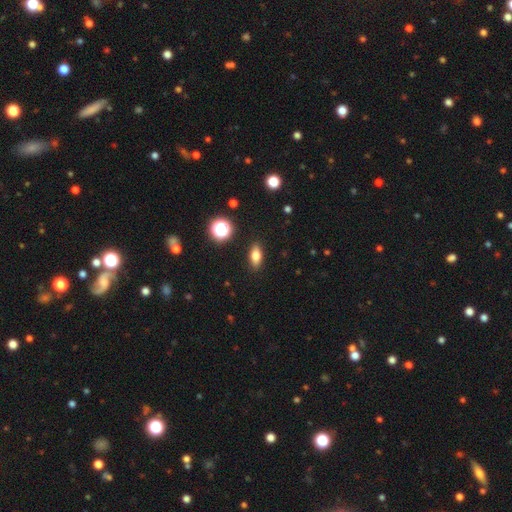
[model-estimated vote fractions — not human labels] smooth-or-featured: smooth: 76% | featured or disk: 13% | star or artifact: 11%
  how-rounded: in between: 76% | cigar-shaped: 15% | round: 9%
  merging: none: 89% | minor disturbance: 8% | major disturbance: 2% | merger: 1%